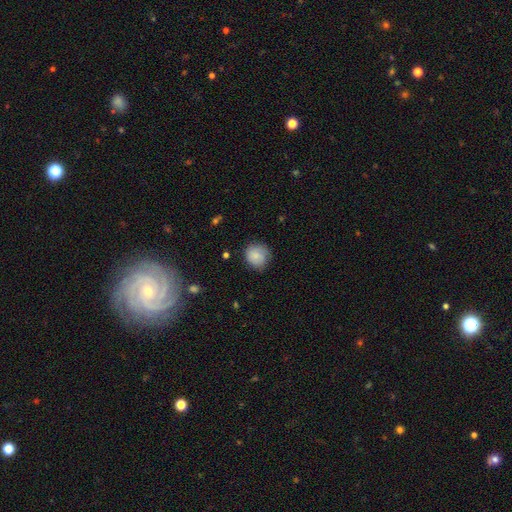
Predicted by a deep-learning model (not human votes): Q: Smooth or featured?
A: smooth (81%); runner-up: featured or disk (11%)
Q: How rounded?
A: round (87%); runner-up: in between (12%)
Q: Merging?
A: none (74%); runner-up: minor disturbance (20%)